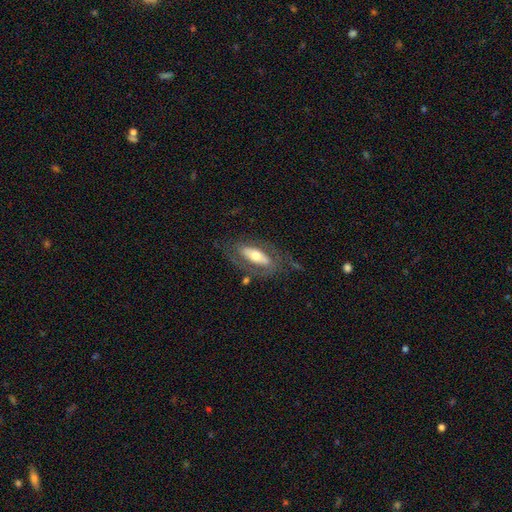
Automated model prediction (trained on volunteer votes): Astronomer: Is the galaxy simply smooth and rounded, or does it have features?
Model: featured or disk — 53% (runner-up: smooth, 41%).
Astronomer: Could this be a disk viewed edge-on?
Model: no — 74%.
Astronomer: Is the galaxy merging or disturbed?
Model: none — 64%.